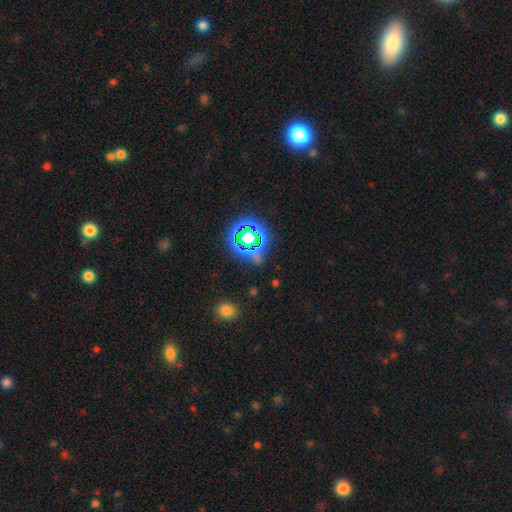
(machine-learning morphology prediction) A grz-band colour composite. It shows a star or artifact, not a galaxy (73%).